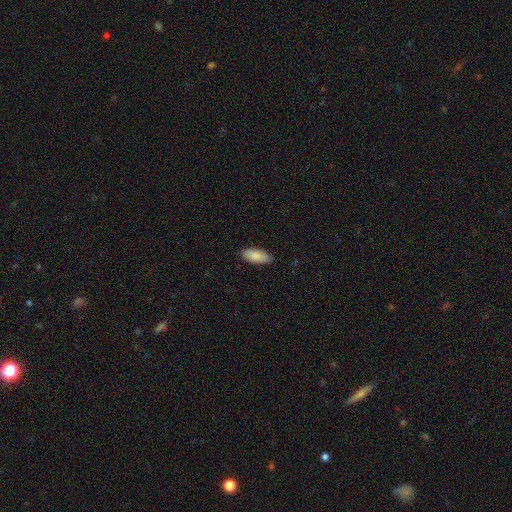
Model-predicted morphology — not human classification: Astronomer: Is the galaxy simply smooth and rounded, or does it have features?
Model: smooth — 87%.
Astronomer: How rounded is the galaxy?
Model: in between — 86%.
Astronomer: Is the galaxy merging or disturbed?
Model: none — 86%.